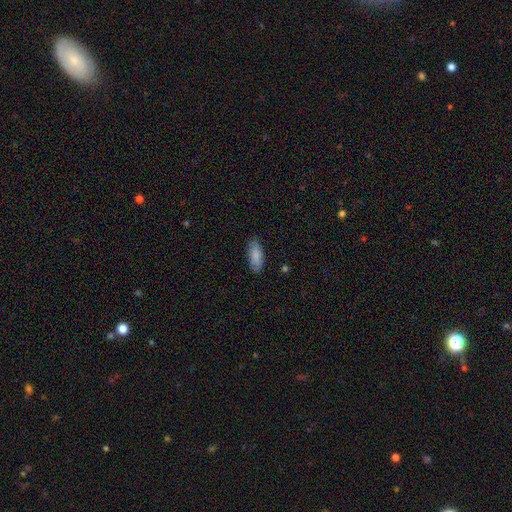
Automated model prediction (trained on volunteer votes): A smooth galaxy with no disk features (87%) that is in between round and cigar-shaped (81%). Merging: none (85%).